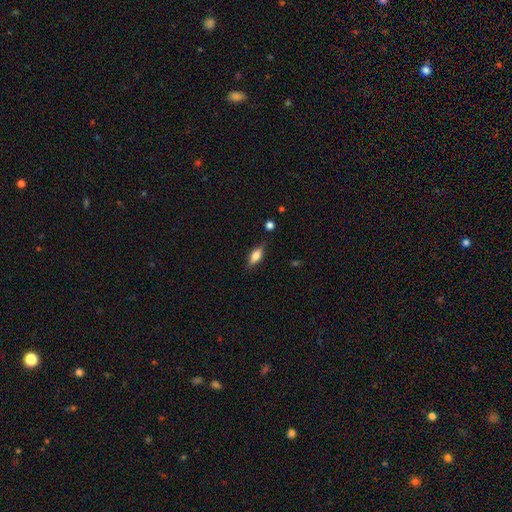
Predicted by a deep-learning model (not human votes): This appears to be a smooth galaxy with no disk features (63%) that is in between round and cigar-shaped (70%). Merging: none (79%).